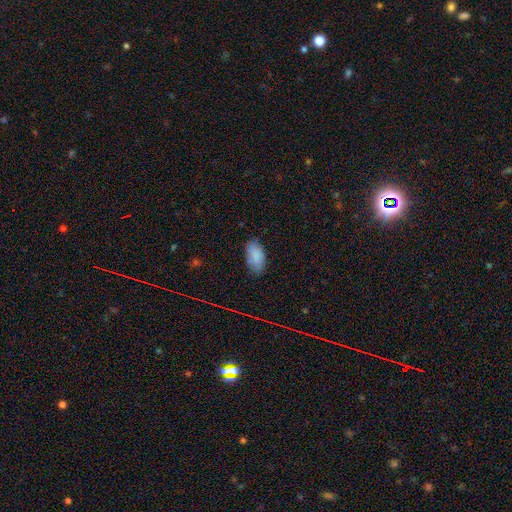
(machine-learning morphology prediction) The model was most divided on "merging": none: 78%, minor disturbance: 17%, major disturbance: 3%, merger: 1%. More confident: how rounded — in between (94%); smooth or featured — smooth (85%).